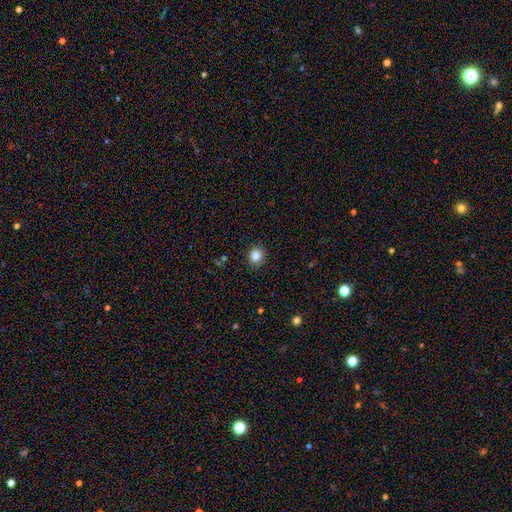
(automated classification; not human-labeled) The model was most divided on "how rounded": round: 73%, in between: 26%, cigar-shaped: 1%. More confident: merging — none (86%); smooth or featured — smooth (83%).